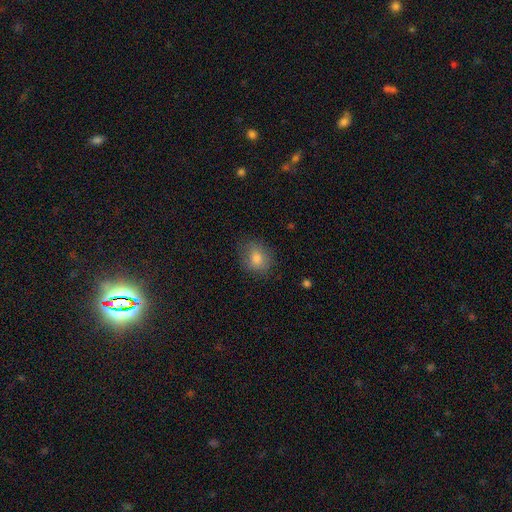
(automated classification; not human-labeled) smooth 76%, star or artifact 13%, featured or disk 11%. Down the decision tree: how rounded — round (59%); merging — none (79%).